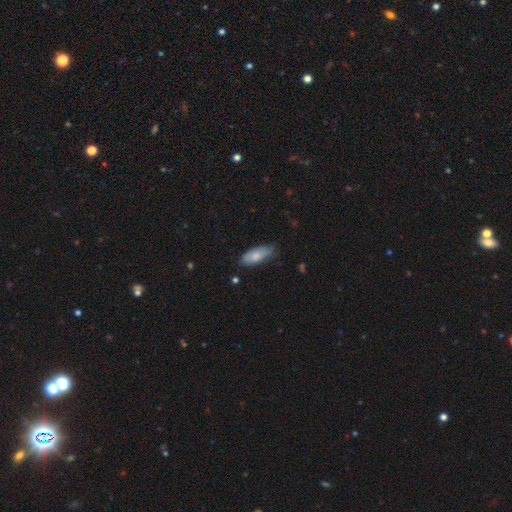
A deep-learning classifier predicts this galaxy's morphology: type=smooth (77%); roundness=in between (78%); merging=none (69%).